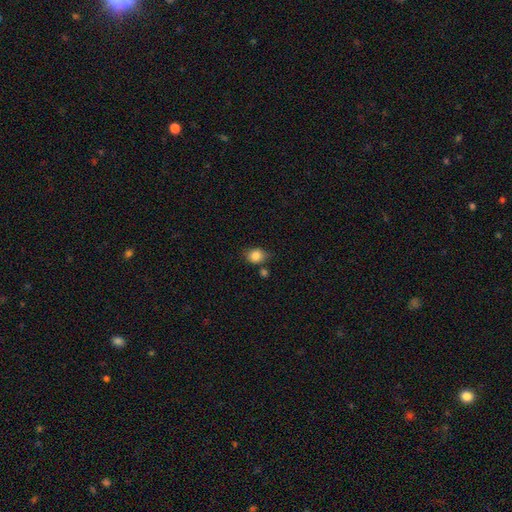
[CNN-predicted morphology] This is clearly a smooth galaxy (86%). How rounded: possibly round (58%). Merging: likely none (67%).